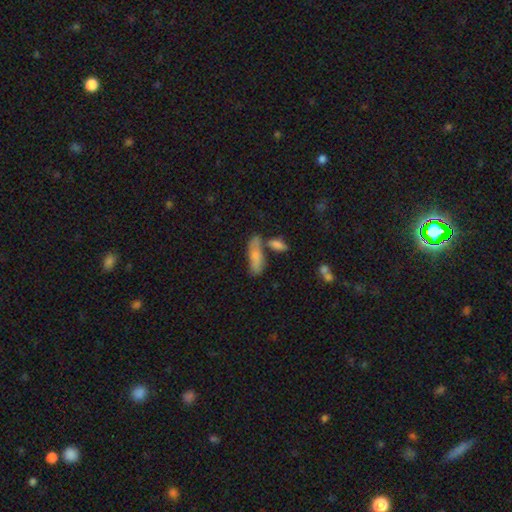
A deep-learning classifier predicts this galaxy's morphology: This appears to be a smooth galaxy with no disk features (75%) that is in between round and cigar-shaped (53%). Merging: none (54%).